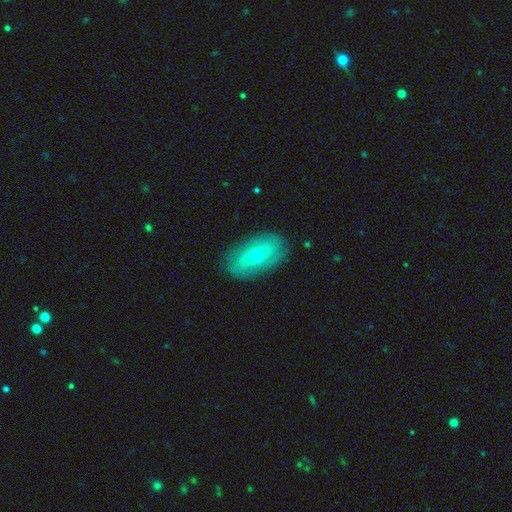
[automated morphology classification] Smooth or featured? Predicted: smooth (p=0.53). How rounded? Predicted: in between (p=0.88). Merging? Predicted: none (p=0.83).